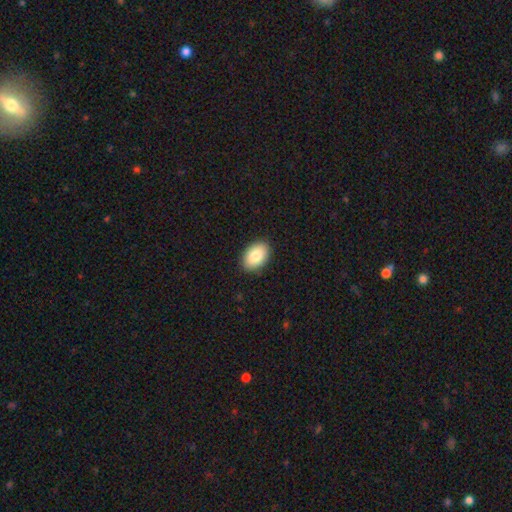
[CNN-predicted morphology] smooth-or-featured: smooth: 85% | featured or disk: 8% | star or artifact: 7%
  how-rounded: in between: 88% | round: 11% | cigar-shaped: 1%
  merging: none: 89% | minor disturbance: 8% | major disturbance: 2% | merger: 1%